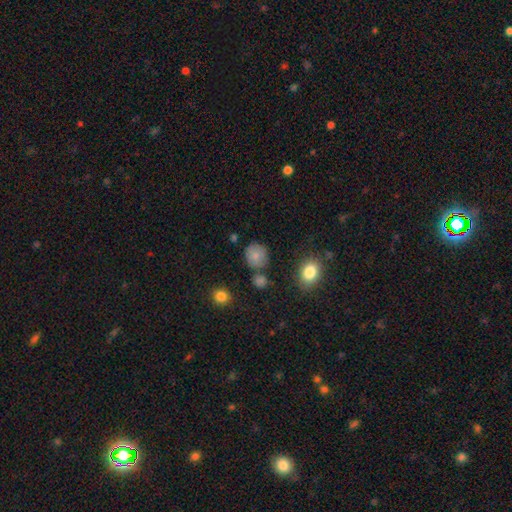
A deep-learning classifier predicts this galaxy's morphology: smooth_or_featured: smooth (p=0.80) [alt: star or artifact p=0.11]
how_rounded: round (p=0.83) [alt: in between p=0.16]
merging: none (p=0.74) [alt: minor disturbance p=0.15]